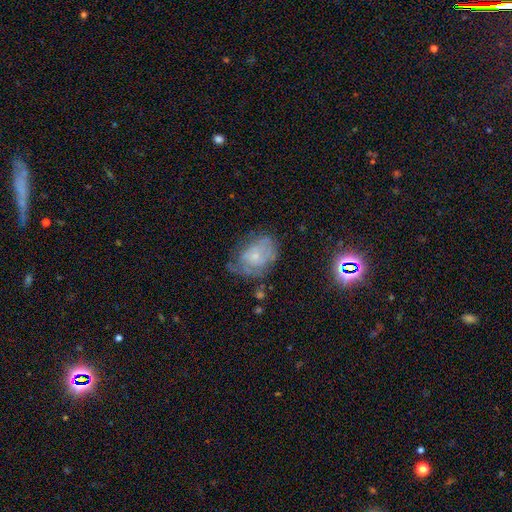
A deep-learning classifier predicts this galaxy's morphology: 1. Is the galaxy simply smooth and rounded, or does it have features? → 55% featured or disk, 33% smooth, 12% star or artifact.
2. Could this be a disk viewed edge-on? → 96% no, 4% yes.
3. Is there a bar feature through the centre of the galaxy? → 81% no, 16% weak, 3% strong.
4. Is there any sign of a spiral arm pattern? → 59% yes, 41% no.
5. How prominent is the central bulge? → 69% small, 20% moderate, 7% none, 2% large, 1% dominant.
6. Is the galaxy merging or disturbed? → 45% none, 30% minor disturbance, 22% major disturbance, 3% merger.